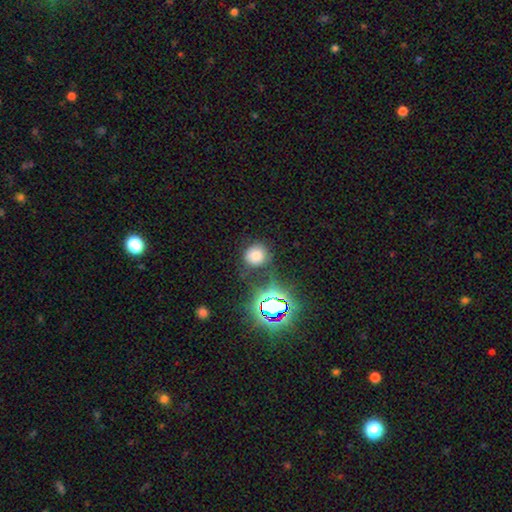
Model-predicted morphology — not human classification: Smooth or featured: smooth — 71% (star or artifact — 21%)
How rounded: round — 84% (in between — 15%)
Merging: none — 75% (minor disturbance — 15%)